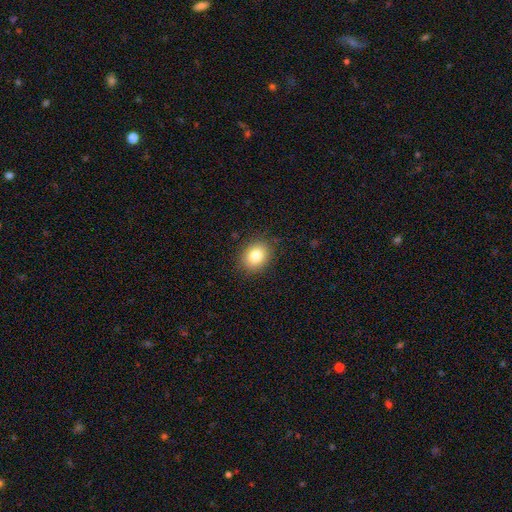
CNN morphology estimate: Smooth or featured? smooth (81%)
How rounded? round (53%)
Merging? none (87%)